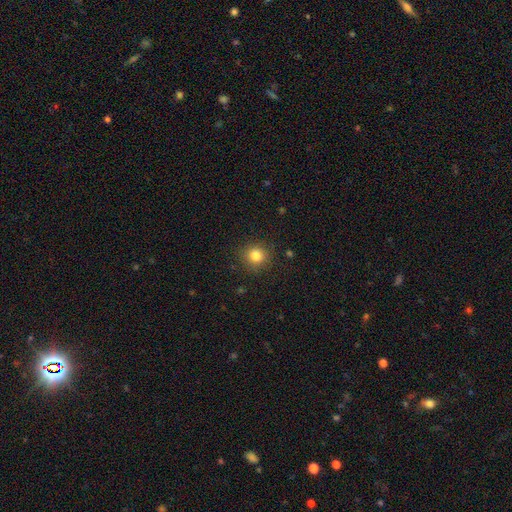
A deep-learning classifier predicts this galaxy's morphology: smooth 81%, star or artifact 13%, featured or disk 6%. Down the decision tree: how rounded — round (91%); merging — none (90%).